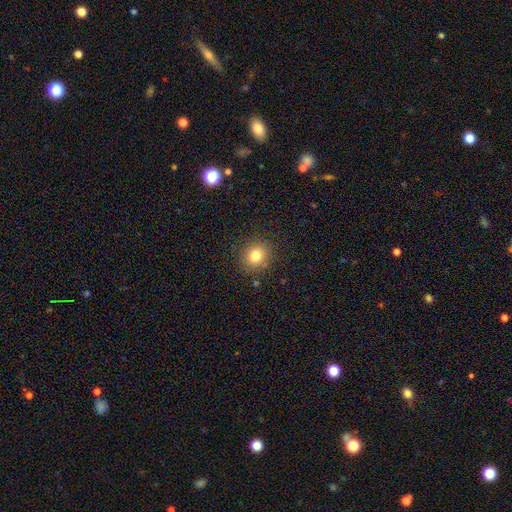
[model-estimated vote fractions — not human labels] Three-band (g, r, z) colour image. It shows a smooth galaxy with no disk features (79%) that is round (88%). Merging: none (88%).